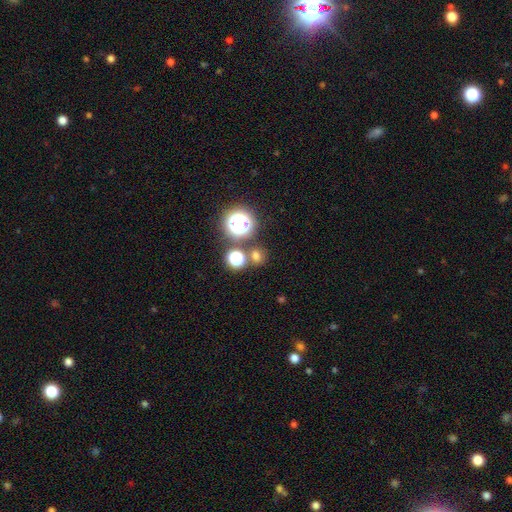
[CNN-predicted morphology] This appears to be a smooth galaxy with no disk features (64%) that is round (80%). Merging: none (75%).